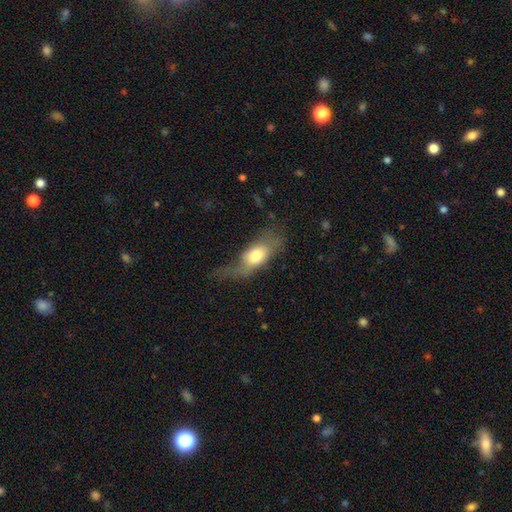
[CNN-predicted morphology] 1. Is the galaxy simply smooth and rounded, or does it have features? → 64% smooth, 29% featured or disk, 7% star or artifact.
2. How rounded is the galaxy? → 80% in between, 14% cigar-shaped, 6% round.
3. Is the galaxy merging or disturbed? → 38% major disturbance, 31% none, 28% minor disturbance, 3% merger.